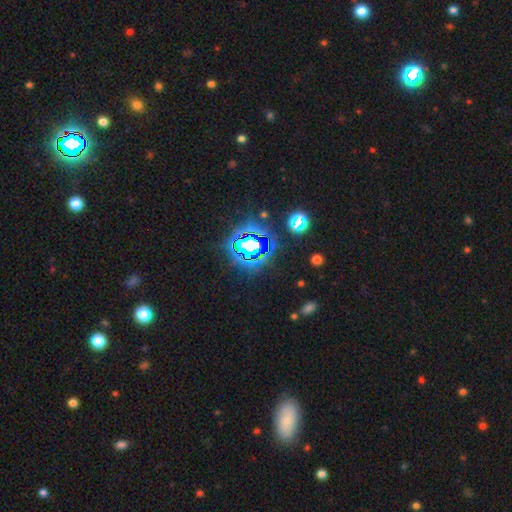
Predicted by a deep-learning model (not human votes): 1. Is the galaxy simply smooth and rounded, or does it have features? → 80% star or artifact, 13% smooth, 8% featured or disk.